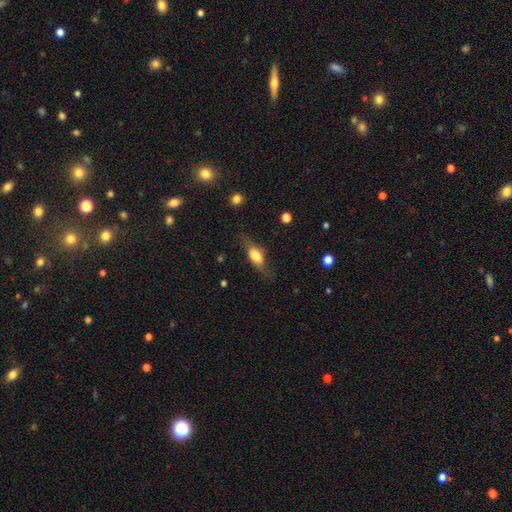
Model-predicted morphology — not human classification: type=smooth (63%); roundness=in between (72%); merging=none (69%).